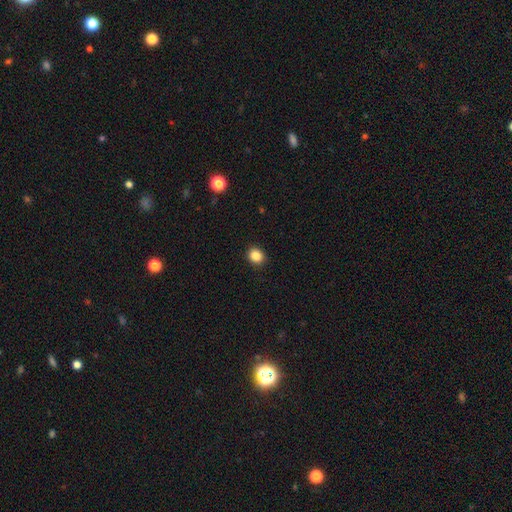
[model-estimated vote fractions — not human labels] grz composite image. It shows a smooth galaxy with no disk features (86%) that is round (72%). Merging: none (92%).